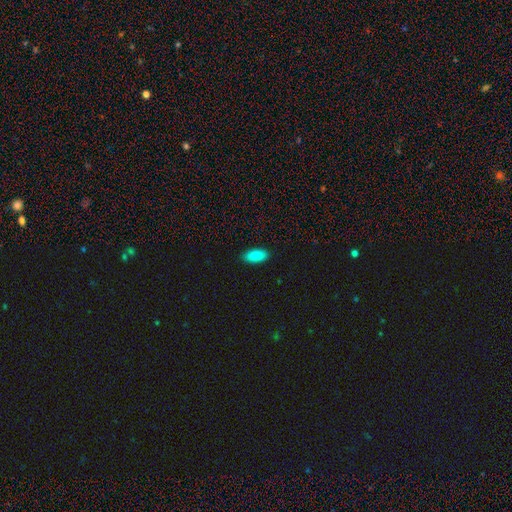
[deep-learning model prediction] smooth_or_featured: smooth (p=0.90) [alt: star or artifact p=0.07]
how_rounded: in between (p=0.88) [alt: cigar-shaped p=0.10]
merging: none (p=0.89) [alt: minor disturbance p=0.08]